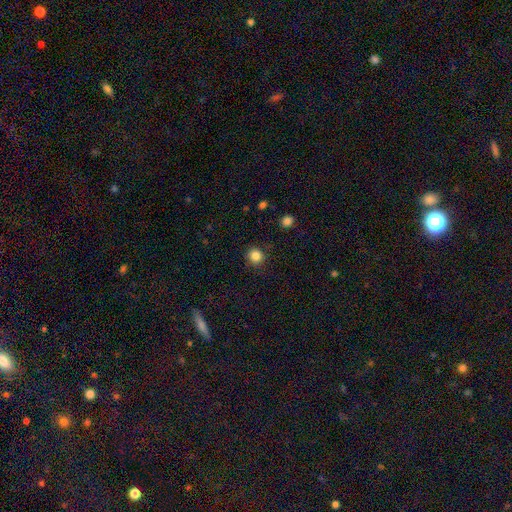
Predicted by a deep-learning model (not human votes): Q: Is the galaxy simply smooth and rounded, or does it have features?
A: smooth — 85%.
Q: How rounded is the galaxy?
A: round — 90%.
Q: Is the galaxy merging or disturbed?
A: none — 89%.